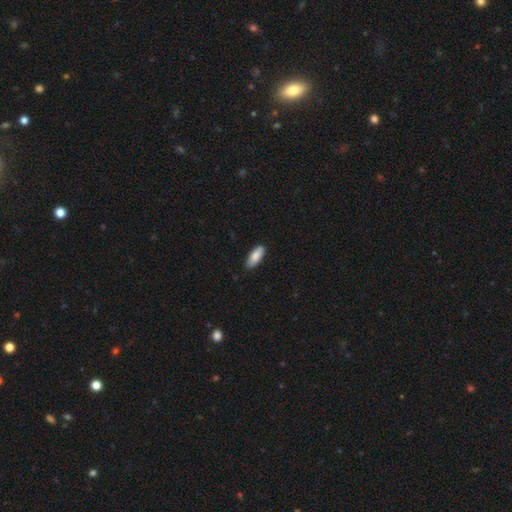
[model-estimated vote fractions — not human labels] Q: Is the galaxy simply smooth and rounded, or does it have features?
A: smooth — 87%.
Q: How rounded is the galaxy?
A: in between — 80%.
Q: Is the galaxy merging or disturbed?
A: none — 83%.